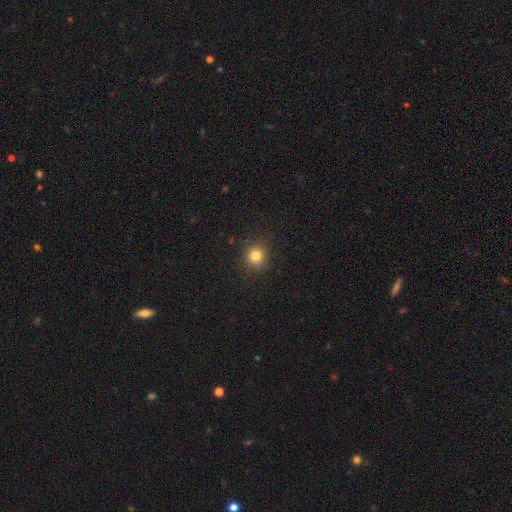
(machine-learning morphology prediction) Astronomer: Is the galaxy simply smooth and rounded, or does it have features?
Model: smooth — 81%.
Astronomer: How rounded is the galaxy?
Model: round — 90%.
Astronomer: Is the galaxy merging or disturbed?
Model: none — 90%.